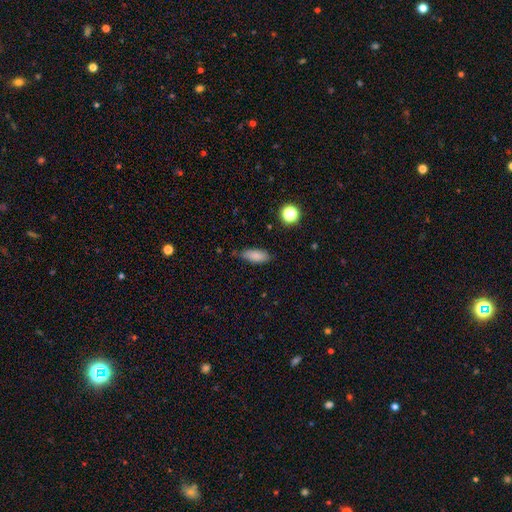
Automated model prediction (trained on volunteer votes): Smooth or featured?
  - smooth: 85% *
  - star or artifact: 9%
  - featured or disk: 7%
How rounded?
  - in between: 81% *
  - cigar-shaped: 16%
  - round: 3%
Merging?
  - none: 74% *
  - minor disturbance: 20%
  - major disturbance: 4%
  - merger: 2%